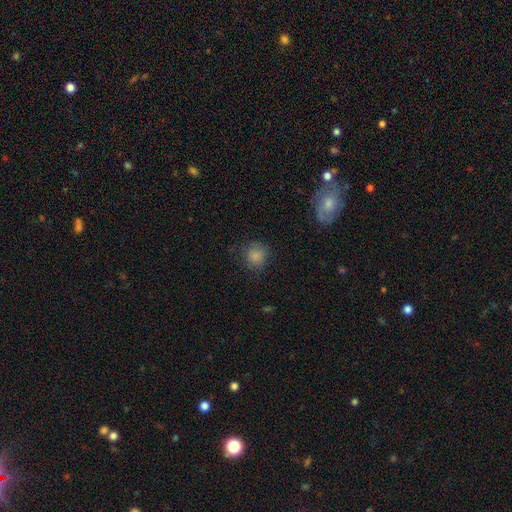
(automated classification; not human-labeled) smooth-or-featured: smooth: 82% | star or artifact: 11% | featured or disk: 6%
  how-rounded: round: 84% | in between: 15% | cigar-shaped: 1%
  merging: none: 74% | minor disturbance: 17% | major disturbance: 7% | merger: 1%